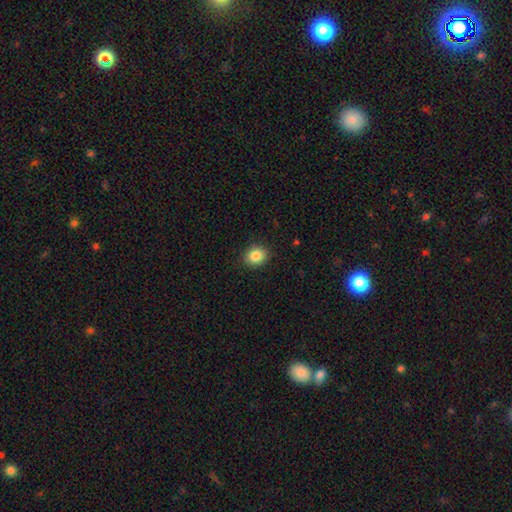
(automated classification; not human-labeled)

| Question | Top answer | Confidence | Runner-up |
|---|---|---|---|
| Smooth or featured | smooth | 85% | star or artifact (10%) |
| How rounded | round | 67% | in between (32%) |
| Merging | none | 90% | minor disturbance (7%) |